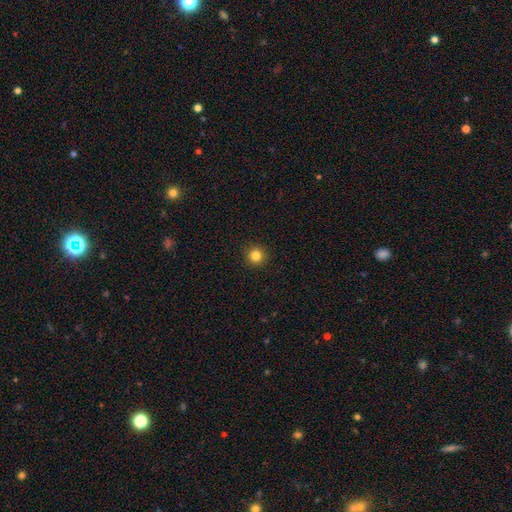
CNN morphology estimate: Smooth or featured: smooth — 84% (star or artifact — 12%)
How rounded: round — 95% (in between — 4%)
Merging: none — 93% (minor disturbance — 5%)